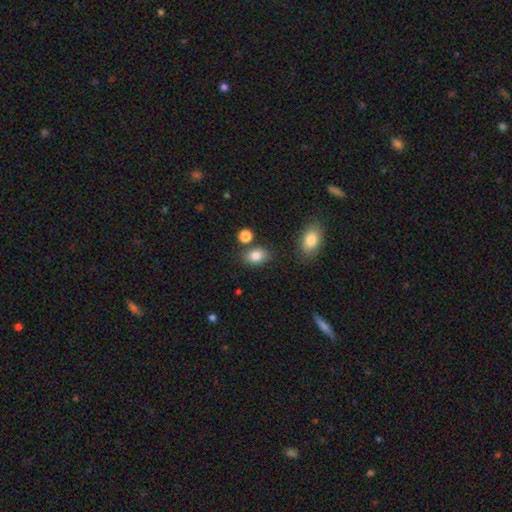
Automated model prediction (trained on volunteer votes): smooth 84%, star or artifact 10%, featured or disk 7%. Down the decision tree: how rounded — in between (70%); merging — none (76%).